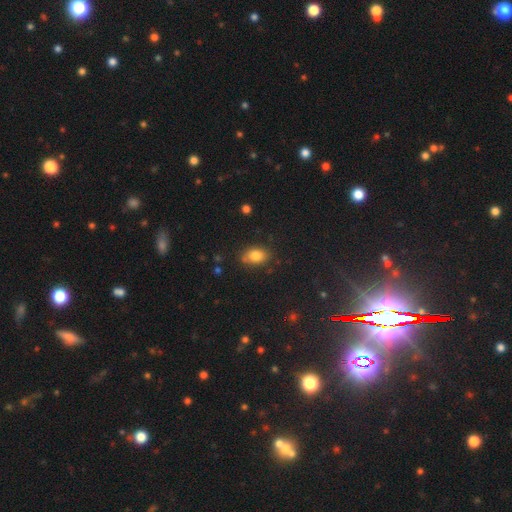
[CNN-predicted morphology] A smooth galaxy with no disk features (81%) that is in between round and cigar-shaped (80%). Merging: none (79%).